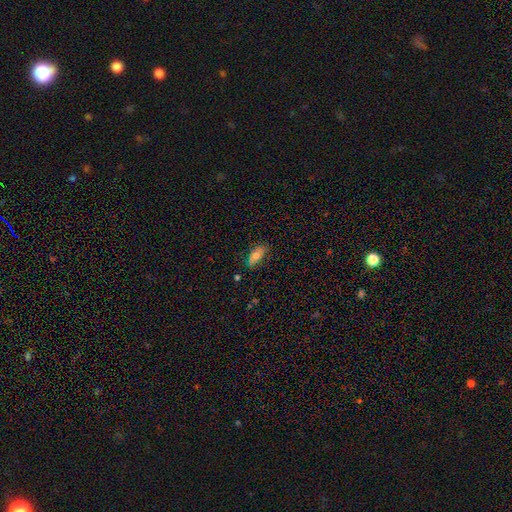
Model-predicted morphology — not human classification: Smooth or featured? Predicted: smooth (p=0.71). How rounded? Predicted: in between (p=0.83). Merging? Predicted: none (p=0.72).